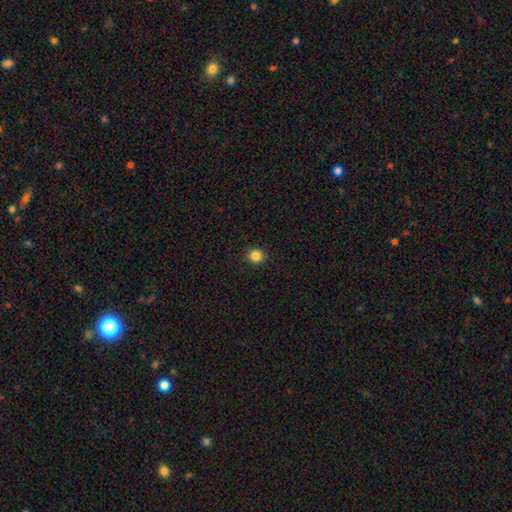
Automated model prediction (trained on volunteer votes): Smooth or featured? Predicted: smooth (p=0.84). How rounded? Predicted: round (p=0.92). Merging? Predicted: none (p=0.92).